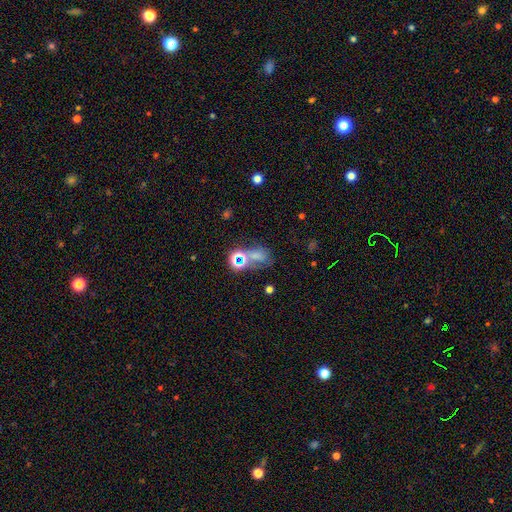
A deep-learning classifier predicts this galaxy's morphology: type=smooth (46%); merging=none (38%).